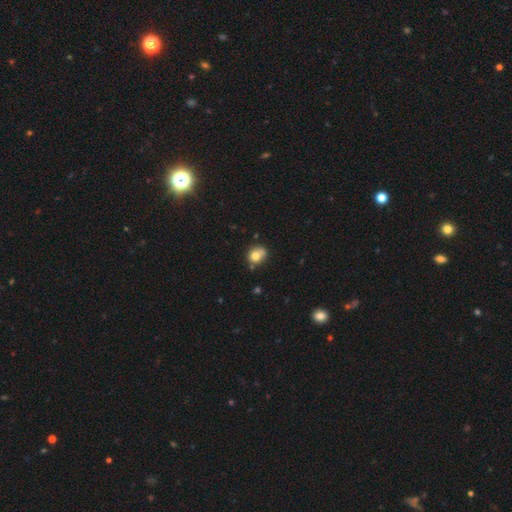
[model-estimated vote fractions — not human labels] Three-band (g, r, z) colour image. It shows a smooth galaxy with no disk features (75%) that is round (65%). Merging: none (50%).